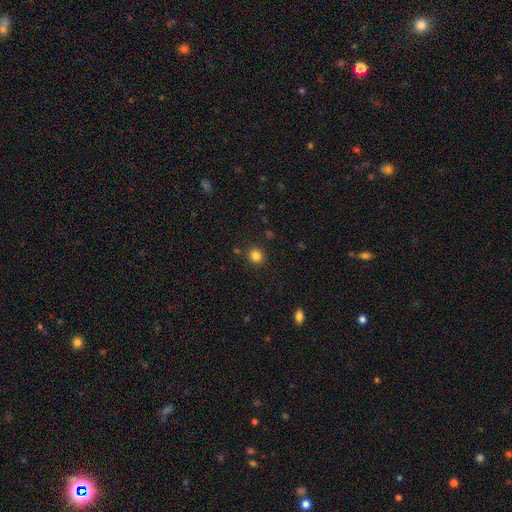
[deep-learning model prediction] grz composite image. It shows a smooth galaxy with no disk features (84%) that is round (85%). Merging: none (87%).